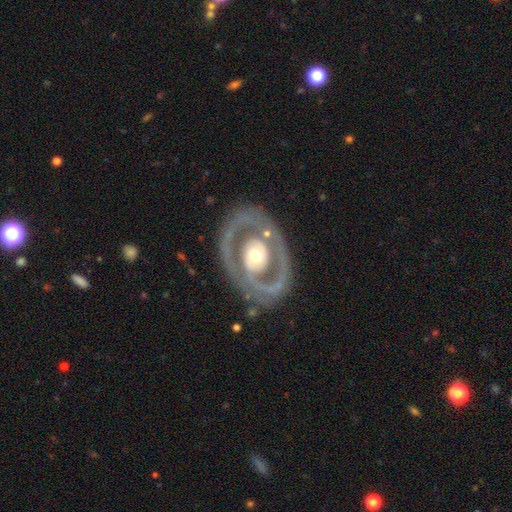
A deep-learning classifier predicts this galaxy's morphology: Q: Smooth or featured?
A: featured or disk (75%); runner-up: smooth (20%)
Q: Edge-on disk?
A: no (94%); runner-up: yes (6%)
Q: Bar?
A: no (77%); runner-up: weak (15%)
Q: Spiral arms?
A: no (67%); runner-up: yes (33%)
Q: Bulge size?
A: moderate (67%); runner-up: large (21%)
Q: Merging?
A: none (74%); runner-up: minor disturbance (13%)